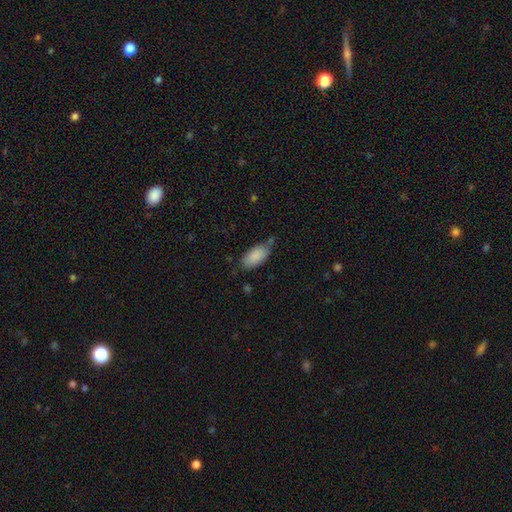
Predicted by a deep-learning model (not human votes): The model was most divided on "merging": none: 60%, minor disturbance: 28%, major disturbance: 6%, merger: 6%. More confident: how rounded — in between (93%); smooth or featured — smooth (88%).